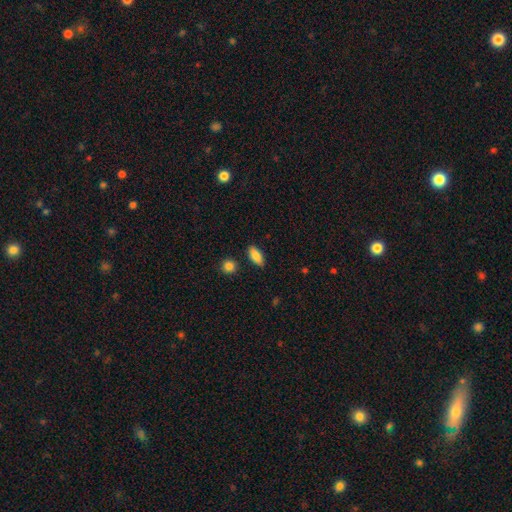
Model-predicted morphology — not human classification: Smooth or featured? smooth (85%)
How rounded? in between (81%)
Merging? none (86%)